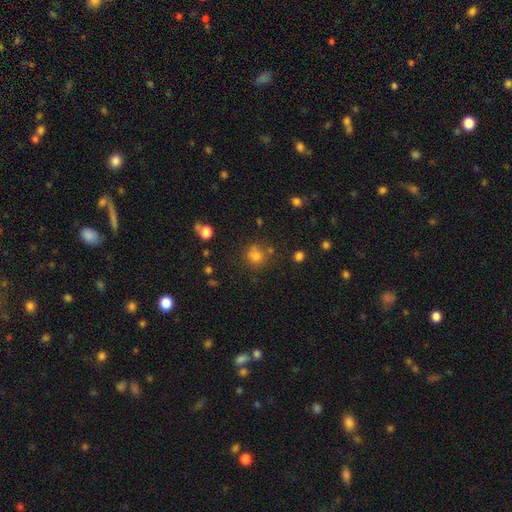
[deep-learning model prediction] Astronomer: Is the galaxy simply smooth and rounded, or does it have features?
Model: smooth — 73%.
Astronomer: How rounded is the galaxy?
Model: round — 84%.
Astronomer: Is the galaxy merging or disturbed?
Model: none — 68%.